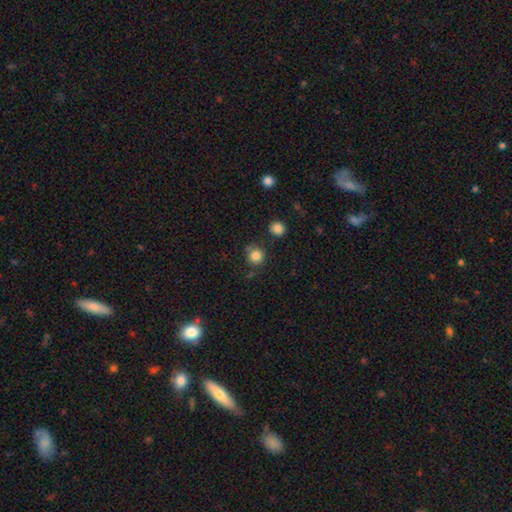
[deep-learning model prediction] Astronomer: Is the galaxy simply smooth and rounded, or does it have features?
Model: smooth — 84%.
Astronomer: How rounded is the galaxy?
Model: round — 90%.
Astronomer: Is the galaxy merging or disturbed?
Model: none — 77%.